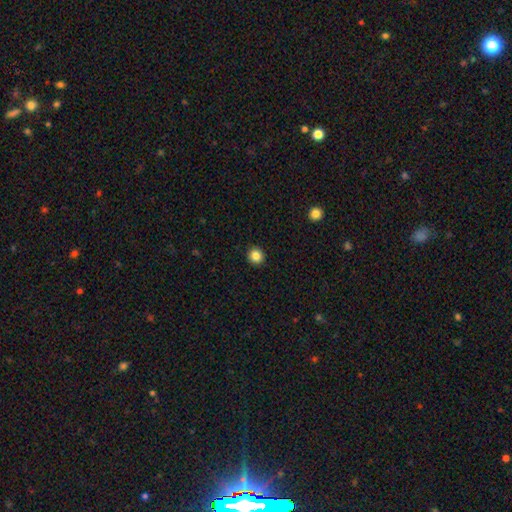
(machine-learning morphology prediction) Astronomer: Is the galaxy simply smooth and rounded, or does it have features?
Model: smooth — 84%.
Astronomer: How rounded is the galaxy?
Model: round — 92%.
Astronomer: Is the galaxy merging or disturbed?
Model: none — 93%.